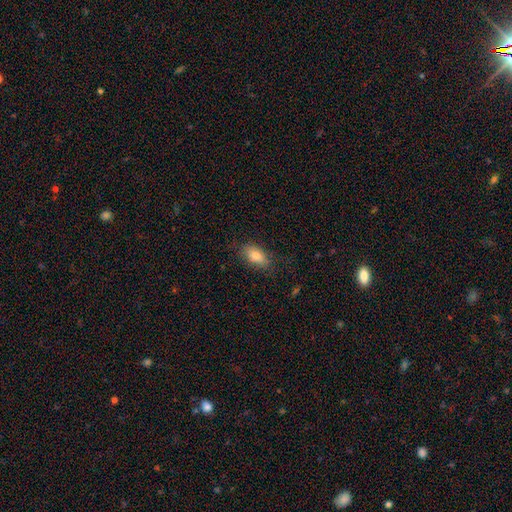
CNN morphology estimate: This appears to be a smooth galaxy with no disk features (81%) that is in between round and cigar-shaped (89%). Merging: none (80%).